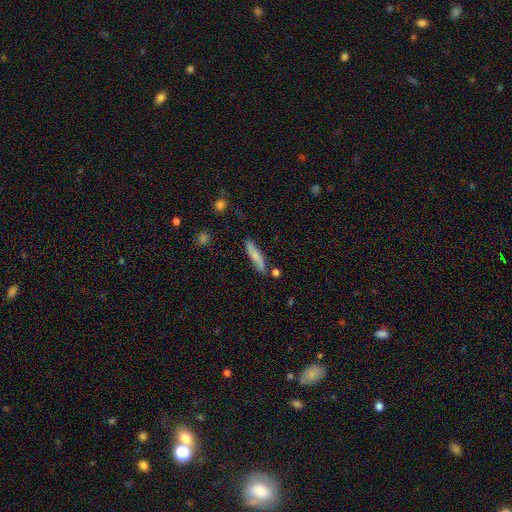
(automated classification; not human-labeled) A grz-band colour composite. It shows a smooth galaxy with no disk features (67%) that is cigar-shaped (85%). Merging: none (76%).